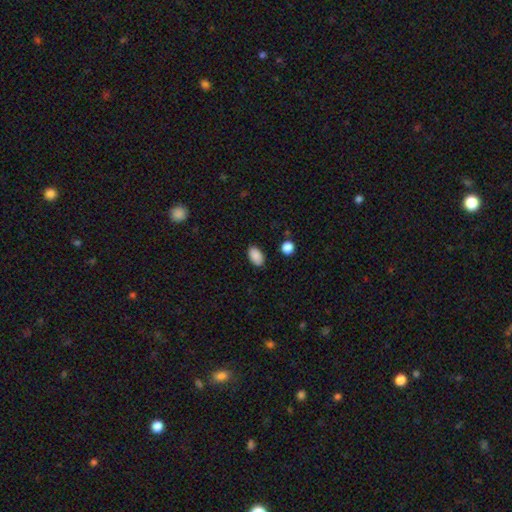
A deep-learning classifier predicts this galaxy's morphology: Smooth or featured? smooth (89%)
How rounded? in between (91%)
Merging? none (87%)